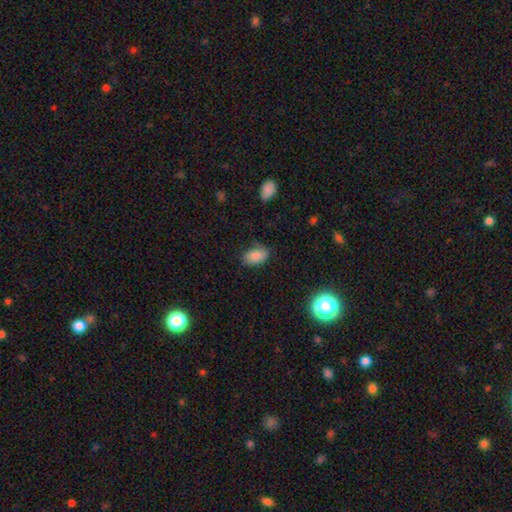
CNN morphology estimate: smooth 85%, star or artifact 9%, featured or disk 7%. Down the decision tree: how rounded — in between (91%); merging — none (74%).